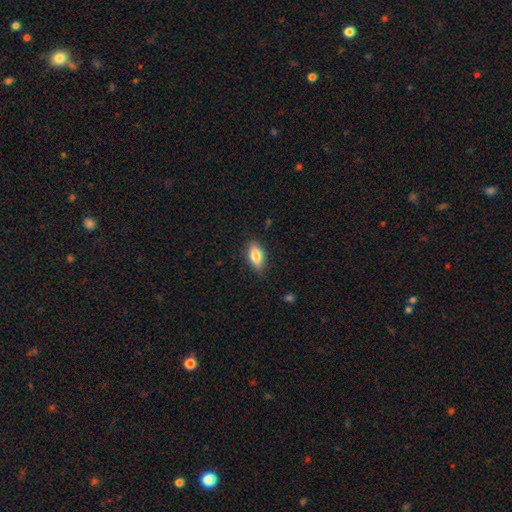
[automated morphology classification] Smooth or featured: smooth — 78% (featured or disk — 15%)
How rounded: in between — 85% (cigar-shaped — 11%)
Merging: none — 82% (minor disturbance — 15%)